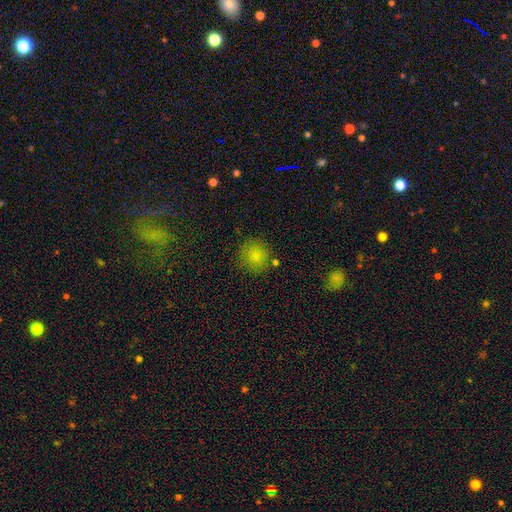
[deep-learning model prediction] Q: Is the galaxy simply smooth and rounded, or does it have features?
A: smooth — 83%.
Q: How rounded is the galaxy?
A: round — 91%.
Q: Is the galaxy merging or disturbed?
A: none — 81%.